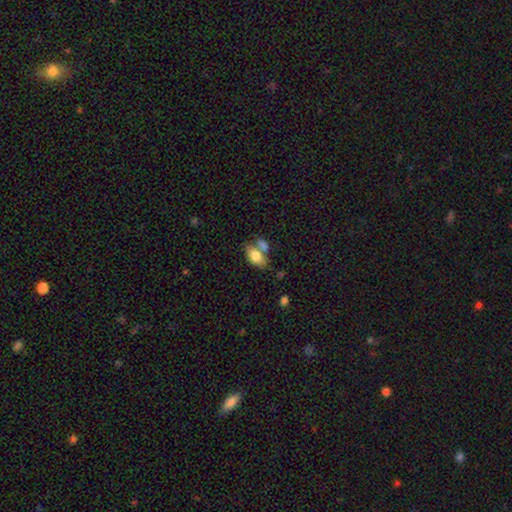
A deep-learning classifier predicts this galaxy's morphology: A smooth galaxy with no disk features (78%) that is in between round and cigar-shaped (89%). Merging: none (44%).